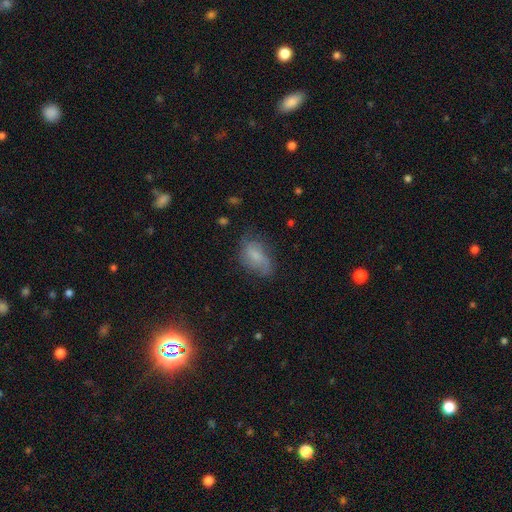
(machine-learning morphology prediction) The model was most divided on "smooth or featured": smooth: 53%, featured or disk: 38%, star or artifact: 9%. More confident: how rounded — in between (88%); merging — none (55%).